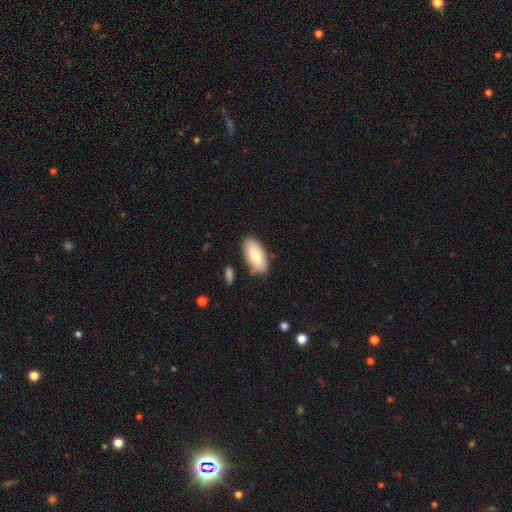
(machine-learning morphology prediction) A smooth galaxy with no disk features (75%) that is in between round and cigar-shaped (93%).

Vote fractions:
- Smooth or featured? smooth: 75% / featured or disk: 19% / star or artifact: 6%
- How rounded? in between: 93% / cigar-shaped: 5% / round: 2%
- Merging? none: 82% / minor disturbance: 12% / merger: 3% / major disturbance: 3%